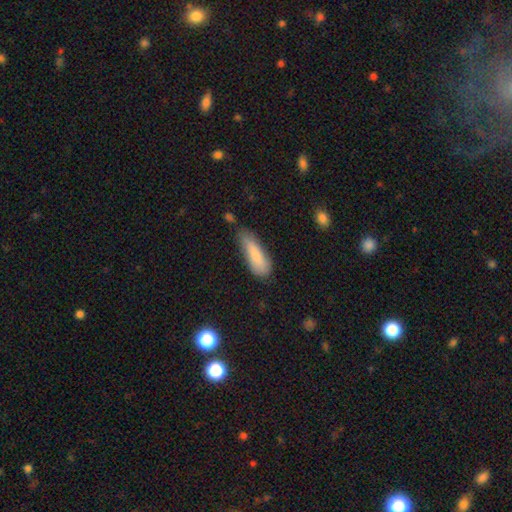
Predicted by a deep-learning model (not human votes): smooth_or_featured: smooth (p=0.81) [alt: featured or disk p=0.13]
how_rounded: in between (p=0.49) [tied with: cigar-shaped p=0.49]
merging: none (p=0.53) [alt: minor disturbance p=0.35]